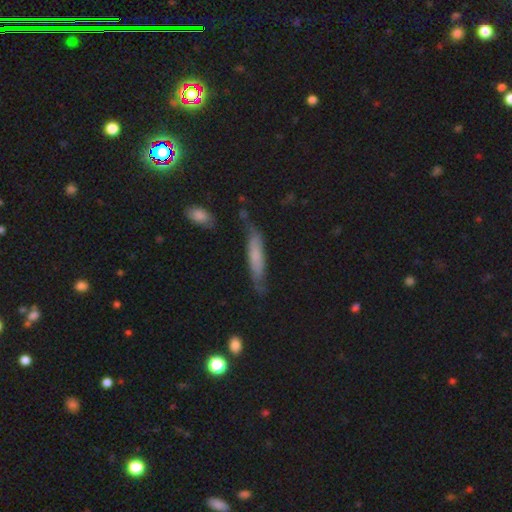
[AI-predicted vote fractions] Morphology: type=smooth (62%); roundness=cigar-shaped (85%); merging=none (66%).